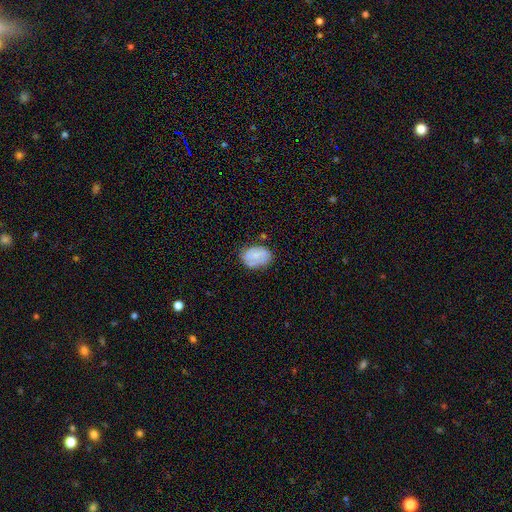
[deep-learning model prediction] This is possibly a smooth galaxy (53%). How rounded: likely in between (79%). Merging: likely none (66%).